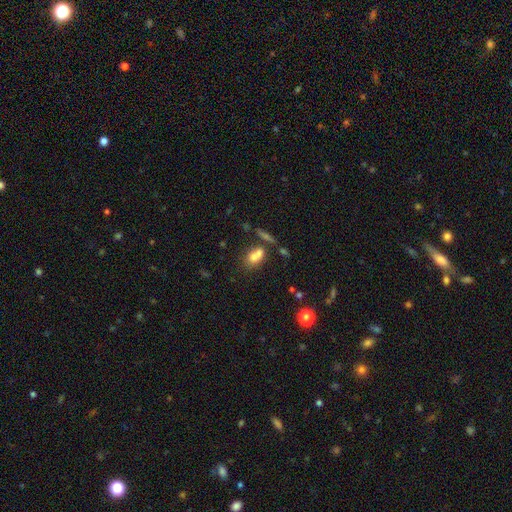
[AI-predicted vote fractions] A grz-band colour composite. It shows a smooth galaxy with no disk features (72%) that is in between round and cigar-shaped (73%). Merging: merger (45%).